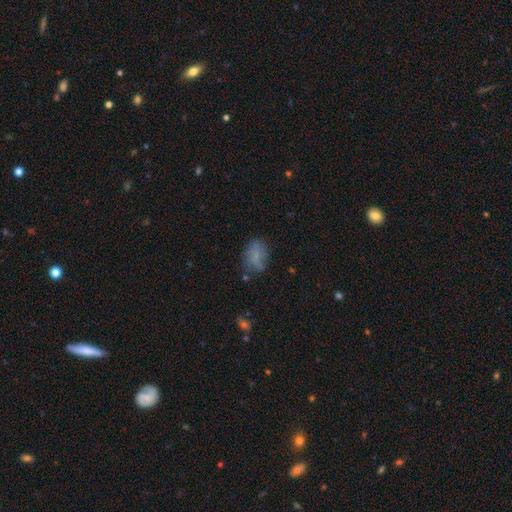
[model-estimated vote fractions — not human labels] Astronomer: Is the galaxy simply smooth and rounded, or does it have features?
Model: smooth — 62%.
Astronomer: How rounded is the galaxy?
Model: in between — 79%.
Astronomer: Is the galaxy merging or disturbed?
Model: none — 59%.